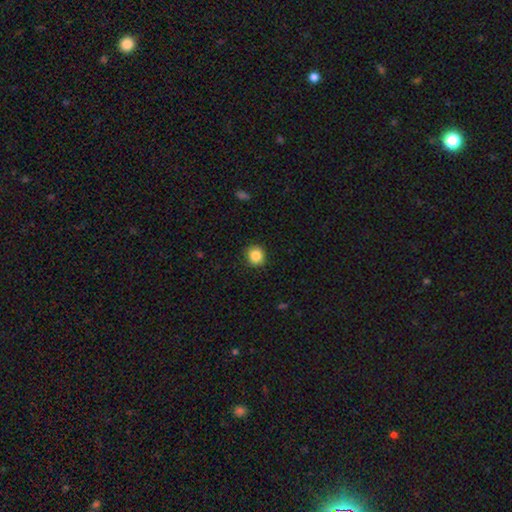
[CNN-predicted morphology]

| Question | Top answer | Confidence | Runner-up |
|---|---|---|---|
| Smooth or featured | smooth | 85% | star or artifact (10%) |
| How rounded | round | 89% | in between (10%) |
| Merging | none | 90% | minor disturbance (7%) |